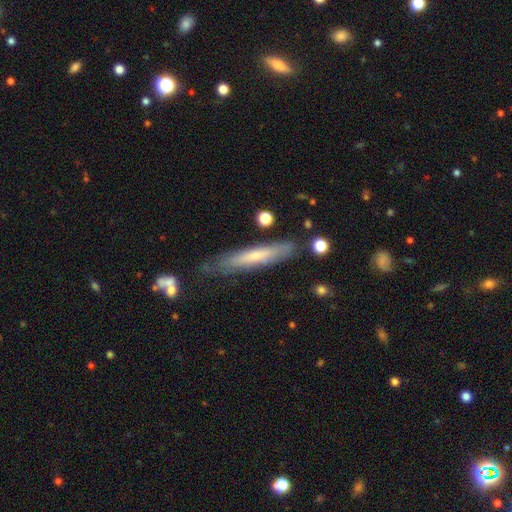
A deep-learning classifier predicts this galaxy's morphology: type=smooth (48%); merging=none (77%).